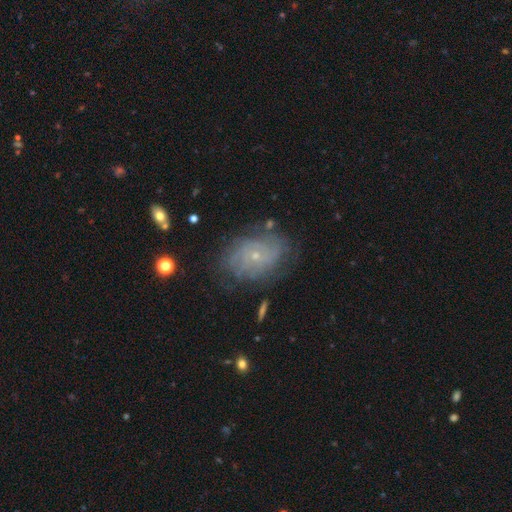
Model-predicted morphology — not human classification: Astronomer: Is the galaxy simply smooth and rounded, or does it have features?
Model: featured or disk — 68%.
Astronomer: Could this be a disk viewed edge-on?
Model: no — 96%.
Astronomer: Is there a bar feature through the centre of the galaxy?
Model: no — 82%.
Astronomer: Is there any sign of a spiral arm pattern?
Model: yes — 83%.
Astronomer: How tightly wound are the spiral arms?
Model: tight — 66%.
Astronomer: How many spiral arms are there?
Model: can't tell — 55%.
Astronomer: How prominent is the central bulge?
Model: small — 82%.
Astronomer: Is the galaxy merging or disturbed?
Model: none — 74%.